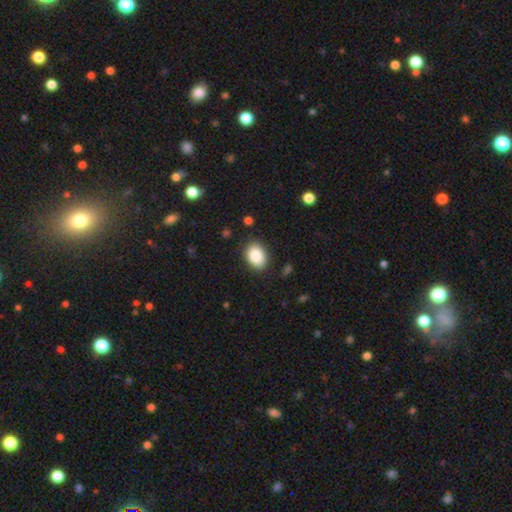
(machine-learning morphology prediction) smooth 88%, star or artifact 7%, featured or disk 5%. Down the decision tree: how rounded — in between (78%); merging — none (85%).